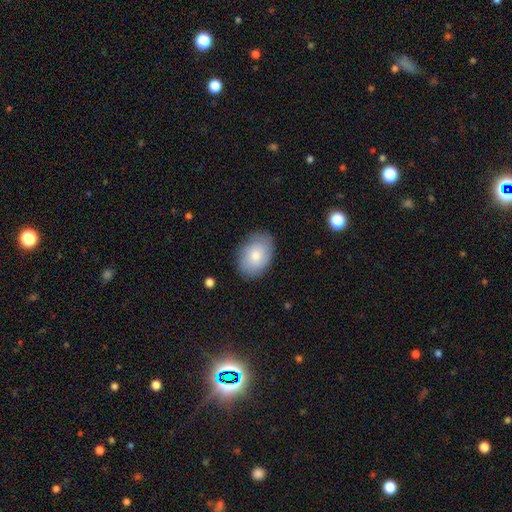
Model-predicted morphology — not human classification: Smooth or featured?
  - smooth: 77% *
  - featured or disk: 17%
  - star or artifact: 7%
How rounded?
  - in between: 78% *
  - round: 21%
  - cigar-shaped: 1%
Merging?
  - none: 82% *
  - minor disturbance: 14%
  - major disturbance: 3%
  - merger: 1%